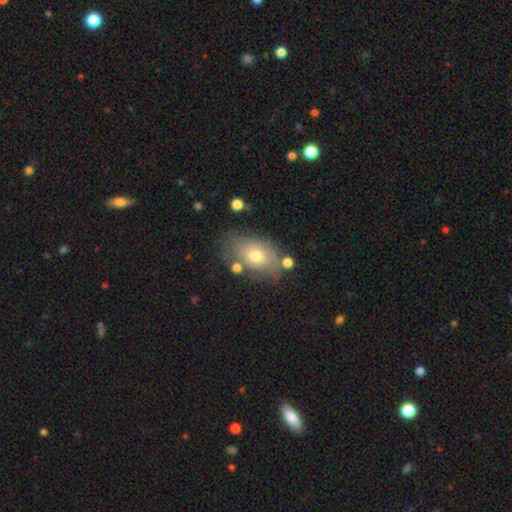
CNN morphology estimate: A smooth galaxy with no disk features (51%) that is in between round and cigar-shaped (79%).

Vote fractions:
- Smooth or featured? smooth: 51% / featured or disk: 40% / star or artifact: 9%
- How rounded? in between: 79% / round: 20% / cigar-shaped: 1%
- Merging? none: 52% / minor disturbance: 26% / major disturbance: 13% / merger: 9%